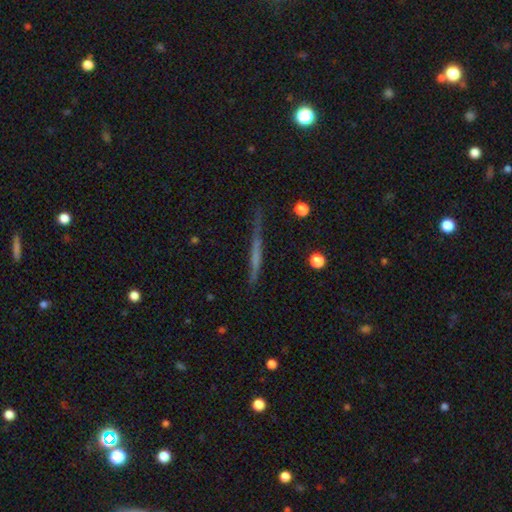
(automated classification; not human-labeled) The model was most divided on "smooth or featured": featured or disk: 50%, smooth: 40%, star or artifact: 9%. More confident: edge-on disk — yes (94%); merging — none (77%).